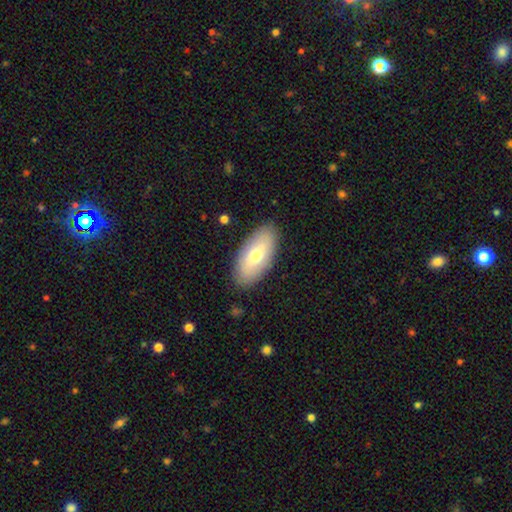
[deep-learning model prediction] smooth_or_featured: smooth (p=0.63) [alt: featured or disk p=0.31]
how_rounded: in between (p=0.91) [alt: cigar-shaped p=0.07]
merging: none (p=0.87) [alt: minor disturbance p=0.09]